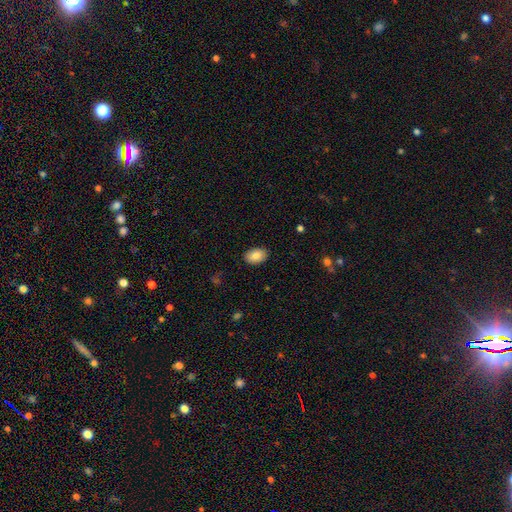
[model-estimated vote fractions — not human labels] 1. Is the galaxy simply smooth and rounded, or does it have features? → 85% smooth, 8% featured or disk, 7% star or artifact.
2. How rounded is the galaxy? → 86% in between, 13% round, 1% cigar-shaped.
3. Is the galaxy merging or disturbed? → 88% none, 9% minor disturbance, 2% major disturbance, 1% merger.